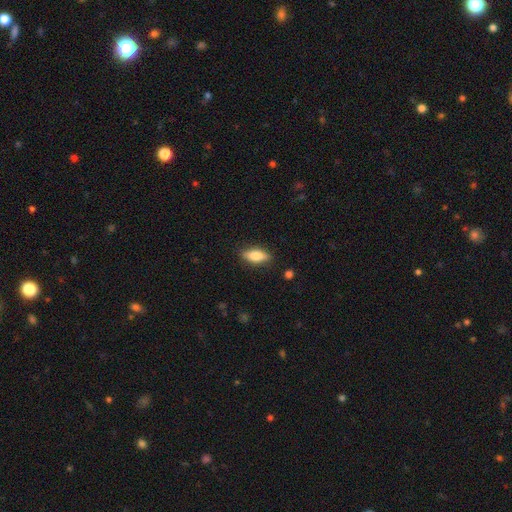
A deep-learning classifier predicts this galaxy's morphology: This appears to be a smooth galaxy with no disk features (76%) that is in between round and cigar-shaped (74%). Merging: none (85%).